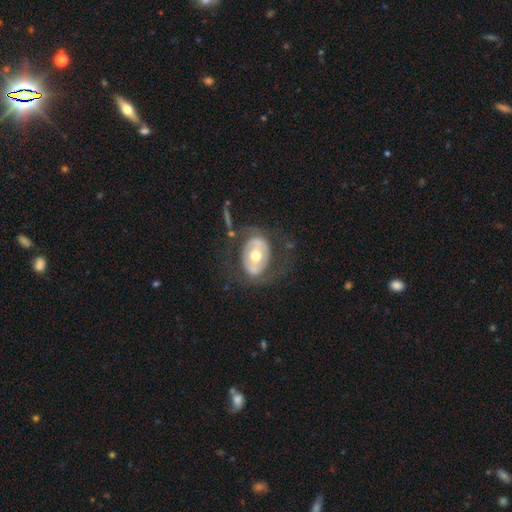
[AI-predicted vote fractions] This is likely a featured or disk galaxy (63%). It is clearly not viewed edge-on (94%). Bar: possibly no (54%). Spiral arm pattern: likely no (65%). Central bulge: likely moderate (75%). Merging: likely none (62%).